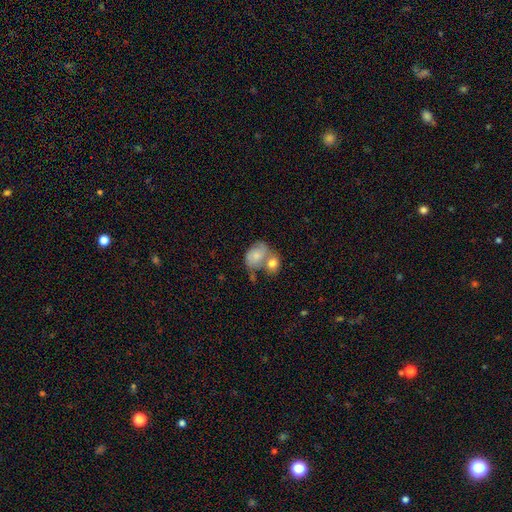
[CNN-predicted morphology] Q: Smooth or featured?
A: smooth (64%); runner-up: featured or disk (29%)
Q: How rounded?
A: in between (68%); runner-up: round (31%)
Q: Merging?
A: merger (56%); runner-up: none (23%)